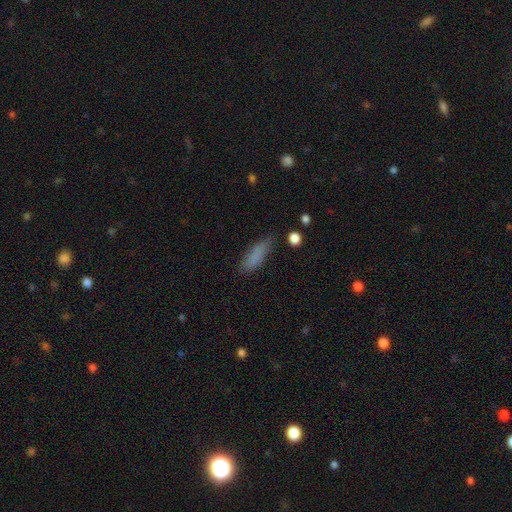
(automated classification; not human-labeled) Morphology: type=smooth (82%); roundness=cigar-shaped (56%); merging=none (75%).